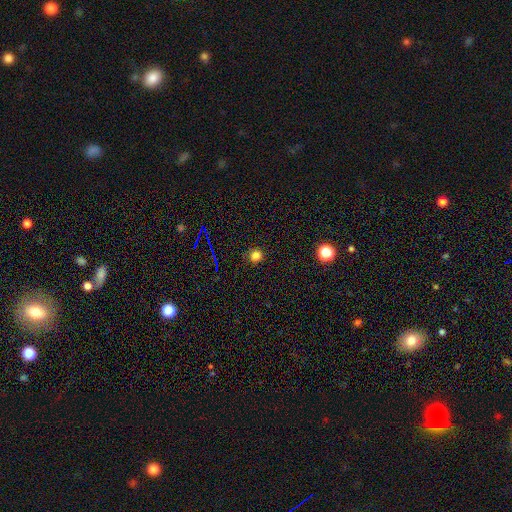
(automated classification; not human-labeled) This is likely a smooth galaxy (77%). How rounded: clearly round (92%). Merging: clearly none (89%).